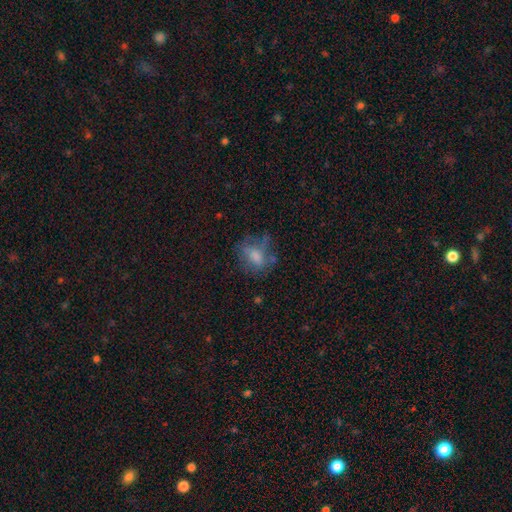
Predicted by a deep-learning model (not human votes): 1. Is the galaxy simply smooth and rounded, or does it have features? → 52% smooth, 31% featured or disk, 17% star or artifact.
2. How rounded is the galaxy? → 58% in between, 39% round, 3% cigar-shaped.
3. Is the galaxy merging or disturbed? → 53% none, 23% minor disturbance, 20% major disturbance, 4% merger.